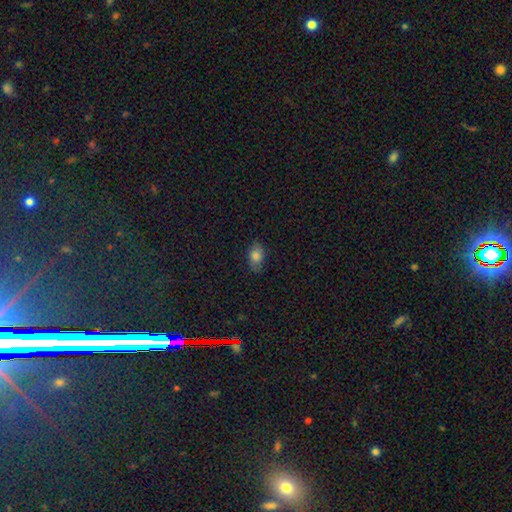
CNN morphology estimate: The model was most divided on "merging": none: 75%, minor disturbance: 19%, major disturbance: 4%, merger: 1%. More confident: how rounded — in between (84%); smooth or featured — smooth (80%).